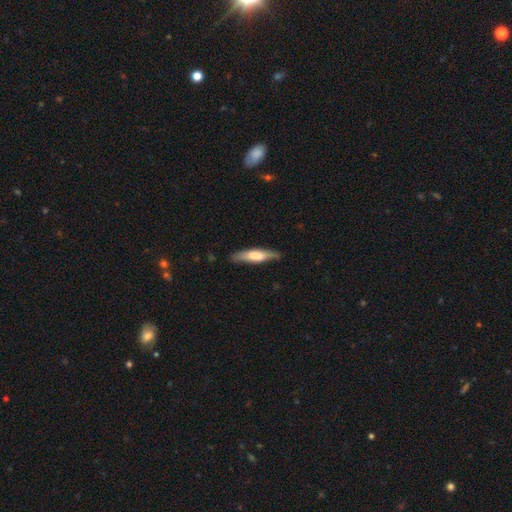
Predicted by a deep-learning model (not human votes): A smooth galaxy with no disk features (58%) that is cigar-shaped (76%).

Vote fractions:
- Smooth or featured? smooth: 58% / featured or disk: 37% / star or artifact: 5%
- How rounded? cigar-shaped: 76% / in between: 23% / round: 2%
- Merging? none: 80% / minor disturbance: 16% / major disturbance: 3% / merger: 1%